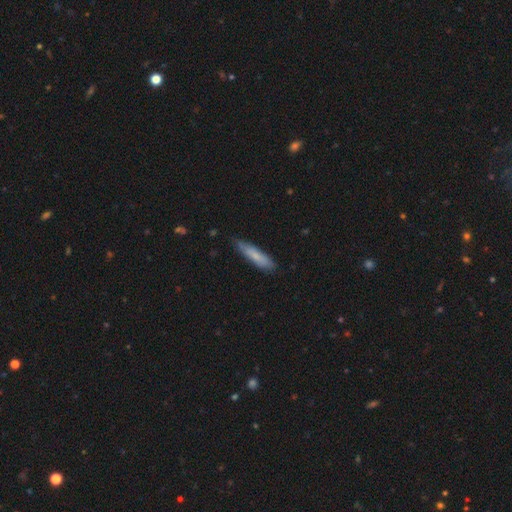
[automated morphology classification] Smooth or featured? Predicted: smooth (p=0.73). How rounded? Predicted: cigar-shaped (p=0.81). Merging? Predicted: none (p=0.75).